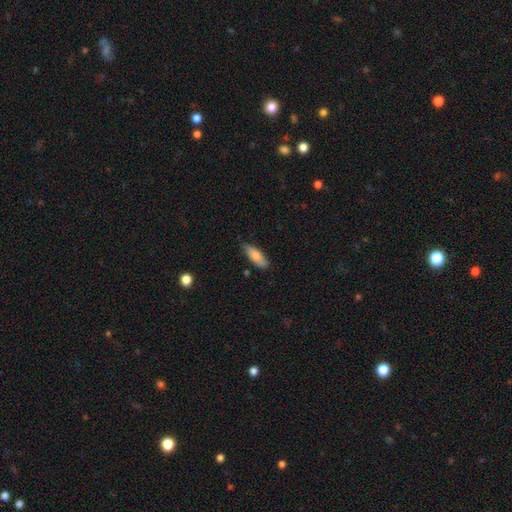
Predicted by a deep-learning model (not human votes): This is likely a smooth galaxy (80%). How rounded: likely in between (72%). Merging: likely none (76%).